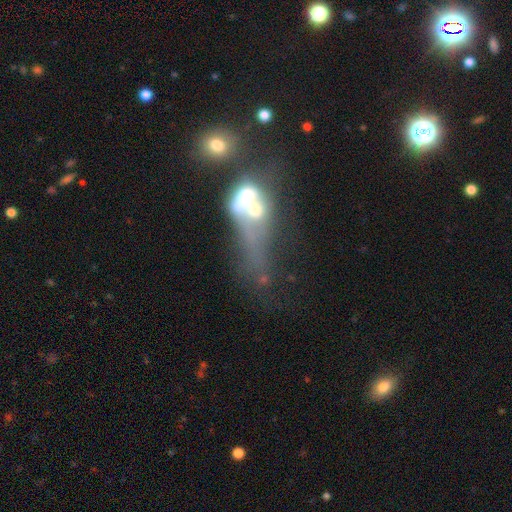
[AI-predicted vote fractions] featured or disk 45%, smooth 37%, star or artifact 18%. Down the decision tree: merging — merger (55%).